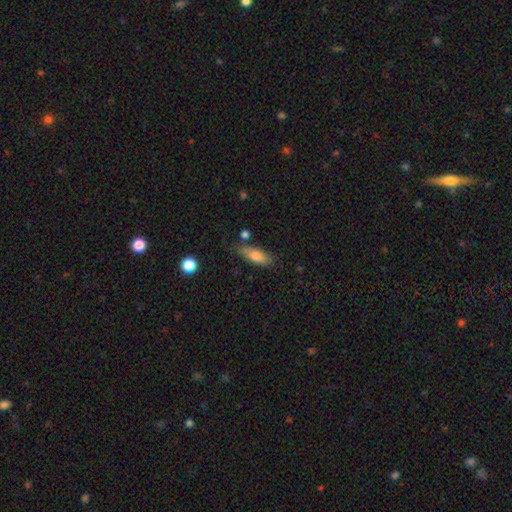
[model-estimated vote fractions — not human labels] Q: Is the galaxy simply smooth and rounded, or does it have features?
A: smooth — 78%.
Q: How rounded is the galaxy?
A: in between — 67%.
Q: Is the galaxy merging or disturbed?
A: none — 71%.